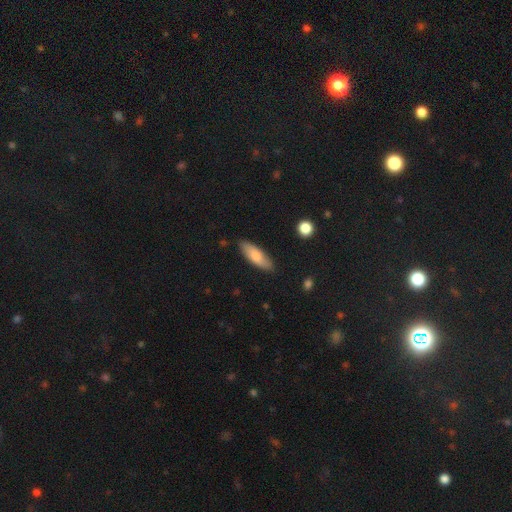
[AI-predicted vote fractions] smooth_or_featured: smooth (p=0.76) [alt: featured or disk p=0.18]
how_rounded: in between (p=0.59) [alt: cigar-shaped p=0.39]
merging: none (p=0.84) [alt: minor disturbance p=0.13]